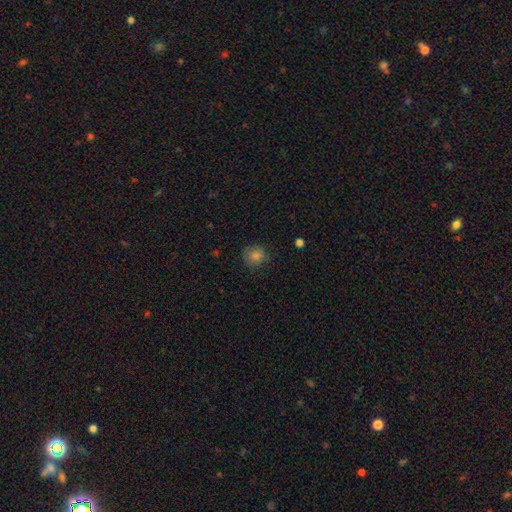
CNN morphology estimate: Smooth or featured? Predicted: smooth (p=0.75). How rounded? Predicted: round (p=0.87). Merging? Predicted: none (p=0.81).